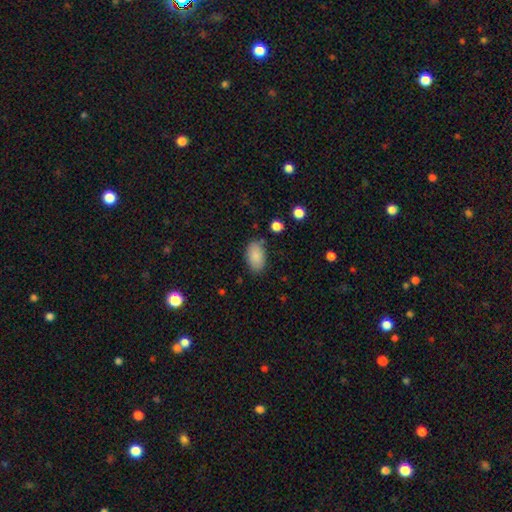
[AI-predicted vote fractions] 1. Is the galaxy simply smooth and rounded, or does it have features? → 88% smooth, 7% star or artifact, 5% featured or disk.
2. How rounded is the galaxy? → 93% in between, 5% round, 2% cigar-shaped.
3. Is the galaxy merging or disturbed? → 80% none, 14% minor disturbance, 4% major disturbance, 2% merger.